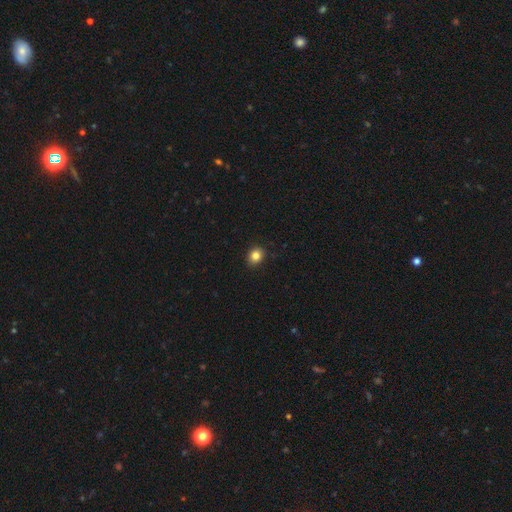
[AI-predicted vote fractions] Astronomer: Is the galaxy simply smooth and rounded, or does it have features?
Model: smooth — 84%.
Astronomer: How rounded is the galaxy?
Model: round — 66%.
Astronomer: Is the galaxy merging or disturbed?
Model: none — 91%.